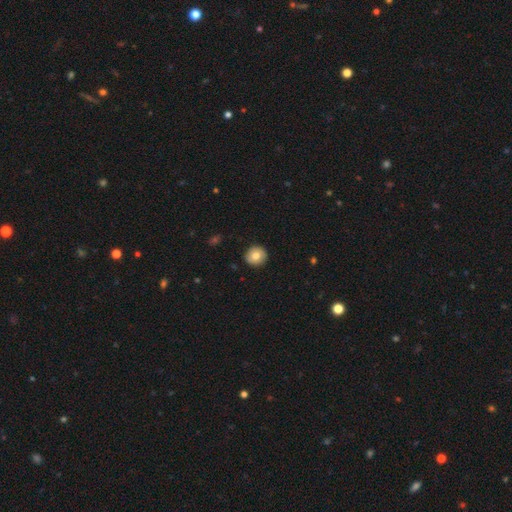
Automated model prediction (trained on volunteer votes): Smooth or featured?
  - smooth: 77% *
  - featured or disk: 16%
  - star or artifact: 8%
How rounded?
  - round: 92% *
  - in between: 7%
  - cigar-shaped: 1%
Merging?
  - none: 90% *
  - minor disturbance: 8%
  - major disturbance: 2%
  - merger: 1%